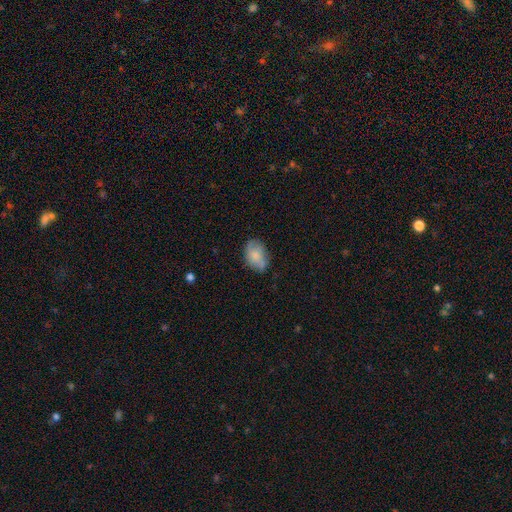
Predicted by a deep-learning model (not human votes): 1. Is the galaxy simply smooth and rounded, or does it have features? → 75% smooth, 18% featured or disk, 7% star or artifact.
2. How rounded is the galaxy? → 86% in between, 13% round, 1% cigar-shaped.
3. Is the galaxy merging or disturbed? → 66% none, 25% minor disturbance, 6% major disturbance, 3% merger.